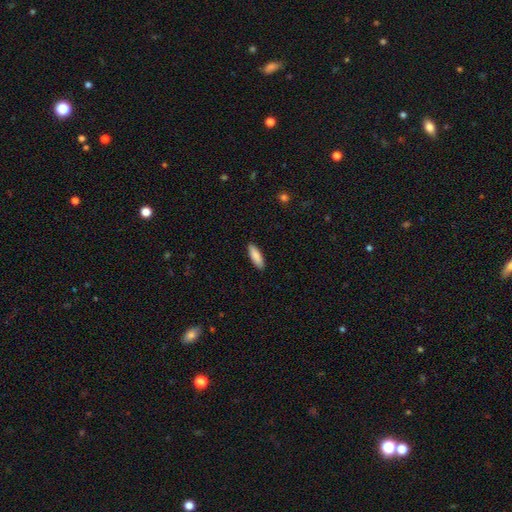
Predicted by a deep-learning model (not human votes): This is clearly a smooth galaxy (88%). How rounded: possibly in between (55%). Merging: clearly none (89%).